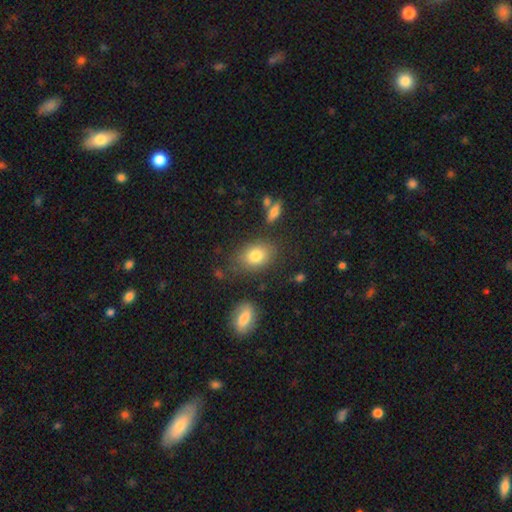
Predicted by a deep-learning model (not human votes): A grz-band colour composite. It shows a smooth galaxy with no disk features (81%) that is in between round and cigar-shaped (75%). Merging: none (76%).